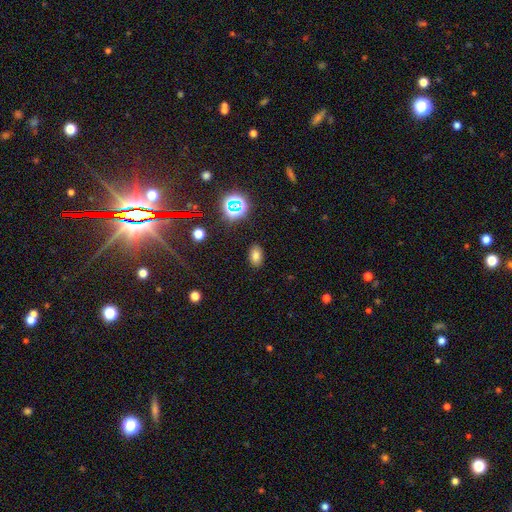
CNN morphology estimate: smooth-or-featured: smooth: 74% | star or artifact: 18% | featured or disk: 8%
  how-rounded: in between: 87% | round: 12% | cigar-shaped: 2%
  merging: none: 87% | minor disturbance: 9% | major disturbance: 3% | merger: 1%